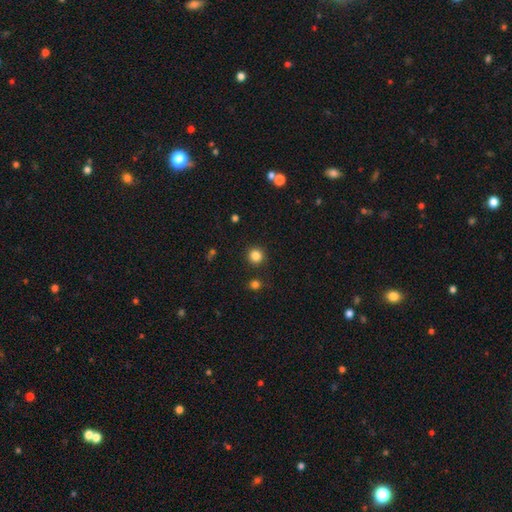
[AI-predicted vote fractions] This is clearly a smooth galaxy (84%). How rounded: clearly round (92%). Merging: clearly none (89%).